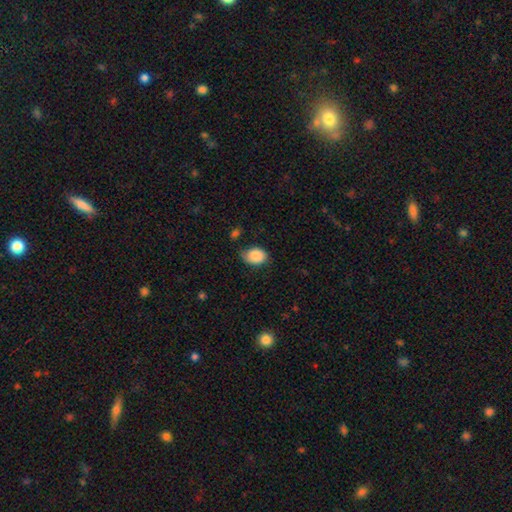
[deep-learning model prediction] This appears to be a smooth galaxy with no disk features (86%) that is in between round and cigar-shaped (74%). Merging: none (57%).